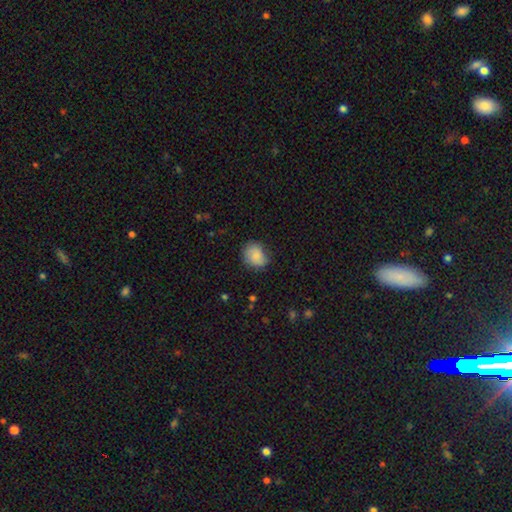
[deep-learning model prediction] Q: Smooth or featured?
A: smooth (80%); runner-up: featured or disk (13%)
Q: How rounded?
A: round (59%); runner-up: in between (40%)
Q: Merging?
A: none (72%); runner-up: minor disturbance (21%)